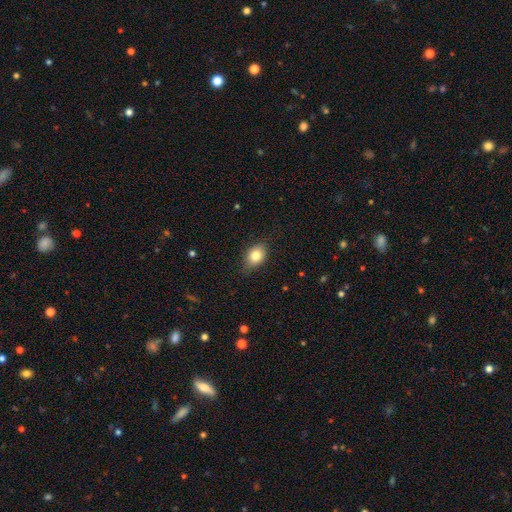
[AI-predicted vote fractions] smooth 81%, featured or disk 11%, star or artifact 9%. Down the decision tree: how rounded — in between (69%); merging — none (77%).